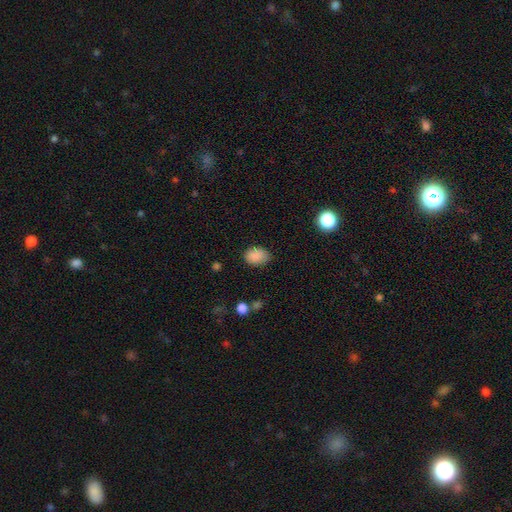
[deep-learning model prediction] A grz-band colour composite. It shows a smooth galaxy with no disk features (87%) that is in between round and cigar-shaped (73%). Merging: none (75%).